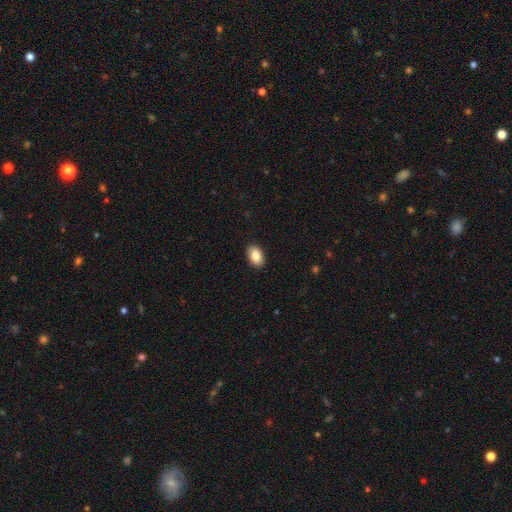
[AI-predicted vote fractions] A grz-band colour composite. It shows a smooth galaxy with no disk features (88%) that is in between round and cigar-shaped (91%). Merging: none (90%).